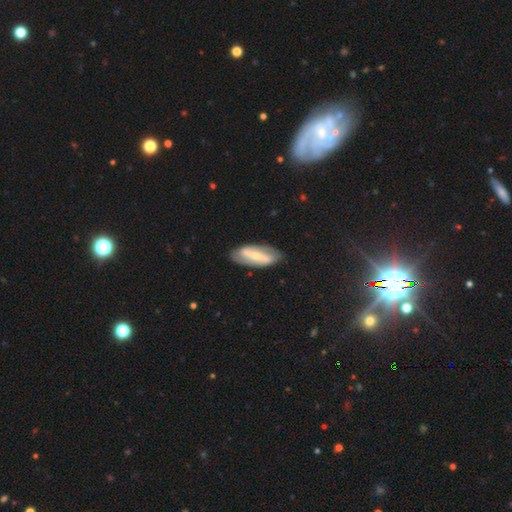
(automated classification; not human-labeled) Smooth or featured: featured or disk — 65% (smooth — 30%)
Edge-on disk: no — 85% (yes — 15%)
Bar: strong — 69% (weak — 20%)
Spiral arms: yes — 62% (no — 38%)
Bulge size: small — 61% (moderate — 32%)
Merging: none — 81% (minor disturbance — 14%)